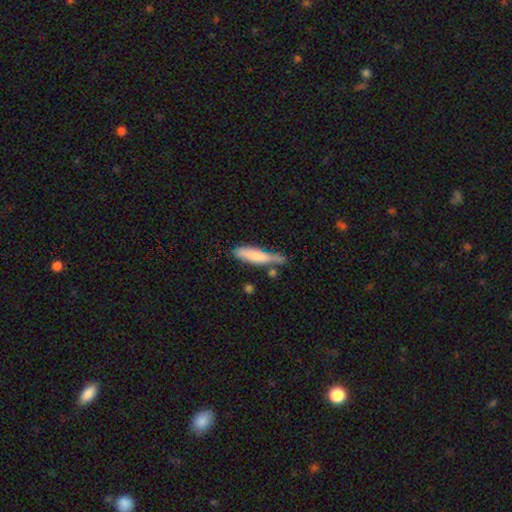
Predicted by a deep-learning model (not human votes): Morphology: type=smooth (76%); roundness=cigar-shaped (77%); merging=none (49%).